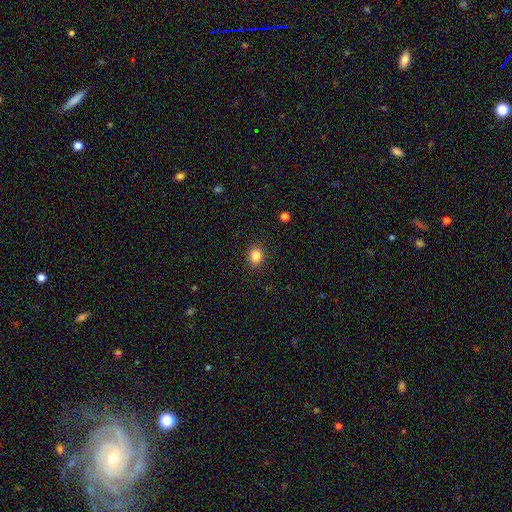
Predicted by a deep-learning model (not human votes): Smooth or featured? Predicted: smooth (p=0.84). How rounded? Predicted: round (p=0.62). Merging? Predicted: none (p=0.89).